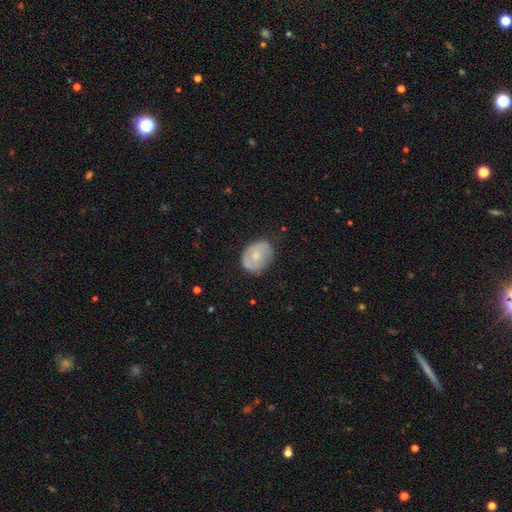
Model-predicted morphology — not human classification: type=smooth (57%); roundness=in between (60%); merging=none (72%).